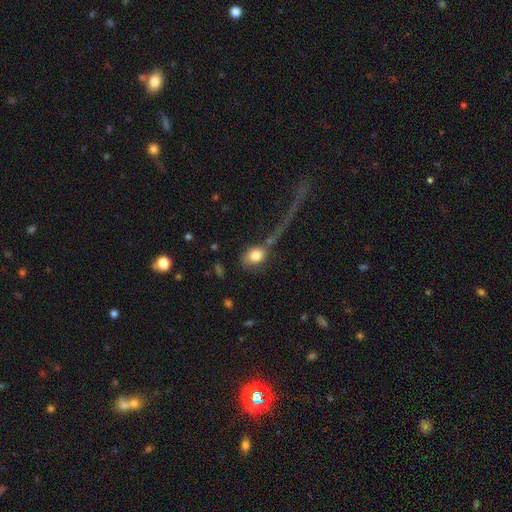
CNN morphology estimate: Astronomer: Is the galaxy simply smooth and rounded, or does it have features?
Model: smooth — 77%.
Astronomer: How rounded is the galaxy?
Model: in between — 56% (runner-up: round, 42%).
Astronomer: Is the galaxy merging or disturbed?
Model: none — 36% (runner-up: major disturbance, 30%).